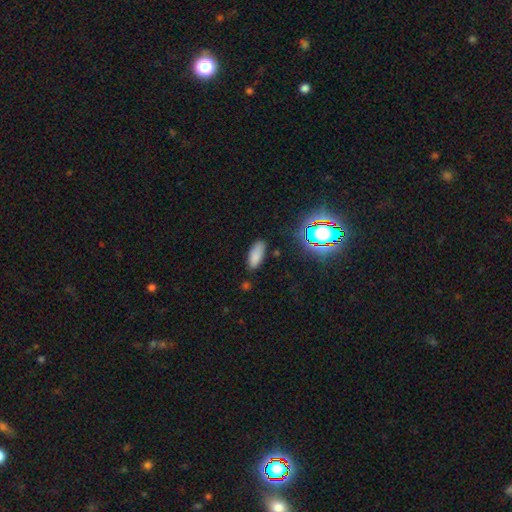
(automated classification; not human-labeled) A smooth galaxy with no disk features (79%) that is in between round and cigar-shaped (79%).

Vote fractions:
- Smooth or featured? smooth: 79% / star or artifact: 14% / featured or disk: 7%
- How rounded? in between: 79% / cigar-shaped: 19% / round: 2%
- Merging? none: 81% / minor disturbance: 14% / major disturbance: 3% / merger: 2%